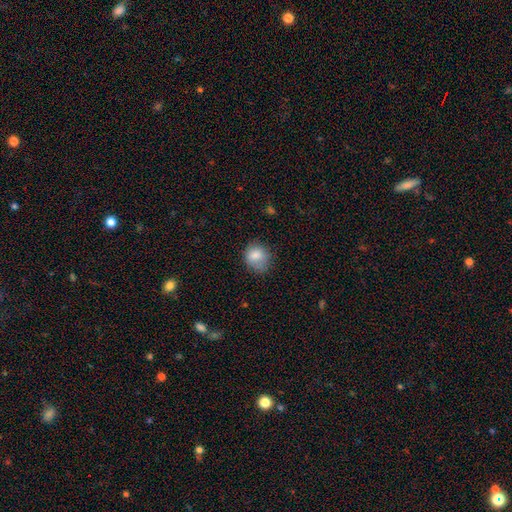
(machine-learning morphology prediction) Overall: smooth (82%). How rounded: round (73%). Merging: none (66%).